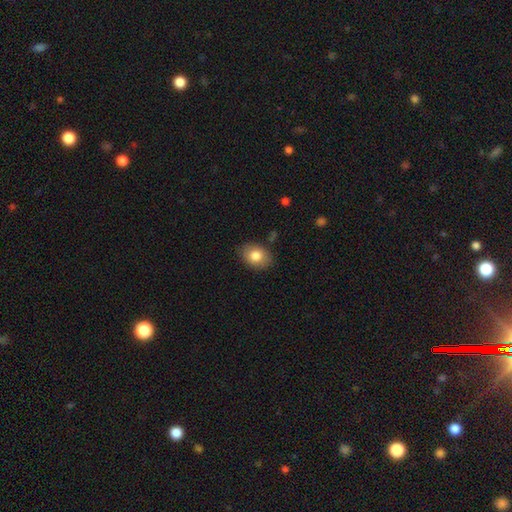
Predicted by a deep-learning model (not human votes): Morphology: type=smooth (82%); roundness=in between (69%); merging=none (84%).